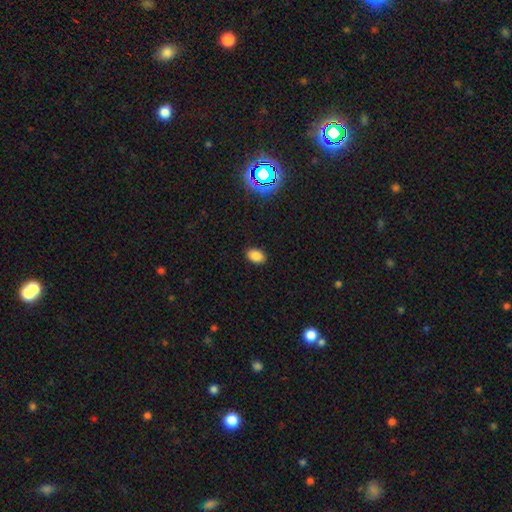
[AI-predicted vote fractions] Smooth or featured? smooth (83%)
How rounded? in between (84%)
Merging? none (89%)